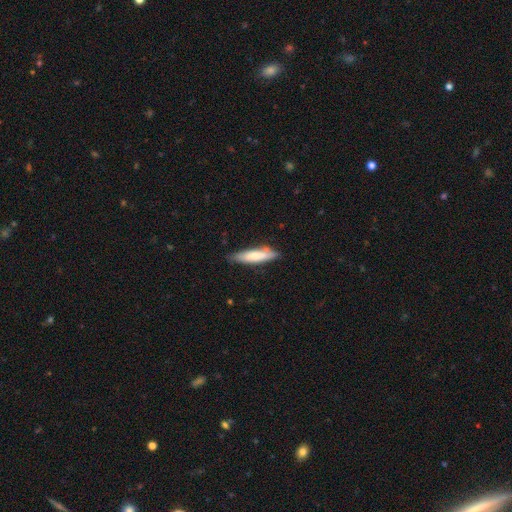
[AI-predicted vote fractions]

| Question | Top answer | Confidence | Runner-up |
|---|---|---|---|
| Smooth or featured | smooth | 74% | featured or disk (20%) |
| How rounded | cigar-shaped | 71% | in between (27%) |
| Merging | none | 73% | minor disturbance (22%) |